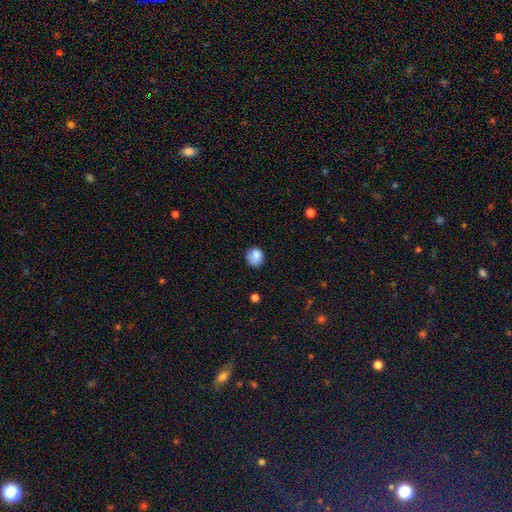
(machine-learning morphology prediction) Overall: smooth (83%). How rounded: round (79%). Merging: none (64%; minor disturbance 25%).